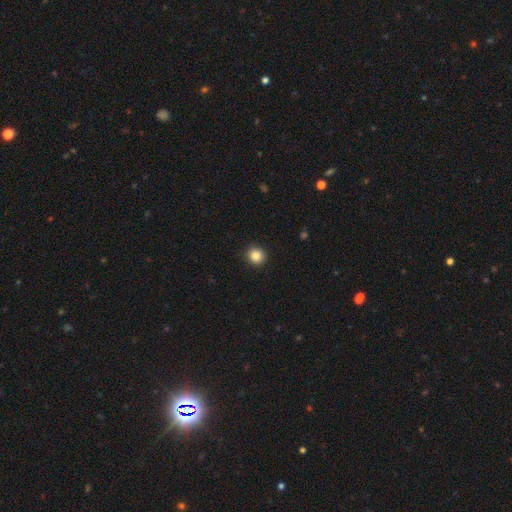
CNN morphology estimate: A smooth galaxy with no disk features (86%) that is round (92%).

Vote fractions:
- Smooth or featured? smooth: 86% / star or artifact: 10% / featured or disk: 5%
- How rounded? round: 92% / in between: 7% / cigar-shaped: 1%
- Merging? none: 92% / minor disturbance: 5% / major disturbance: 2% / merger: 1%